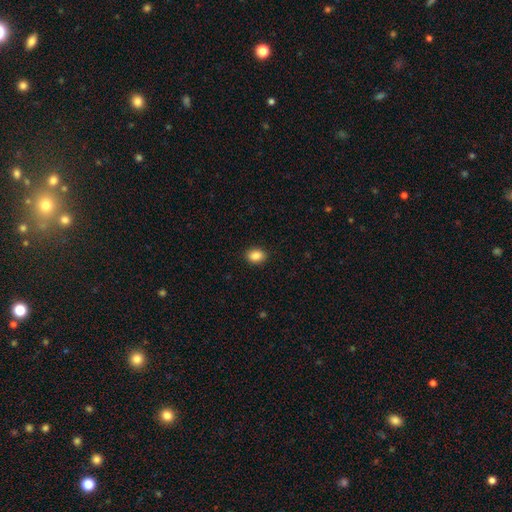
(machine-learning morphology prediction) Smooth or featured?
  - smooth: 88% *
  - star or artifact: 9%
  - featured or disk: 3%
How rounded?
  - in between: 67% *
  - round: 32%
  - cigar-shaped: 1%
Merging?
  - none: 90% *
  - minor disturbance: 7%
  - major disturbance: 2%
  - merger: 1%